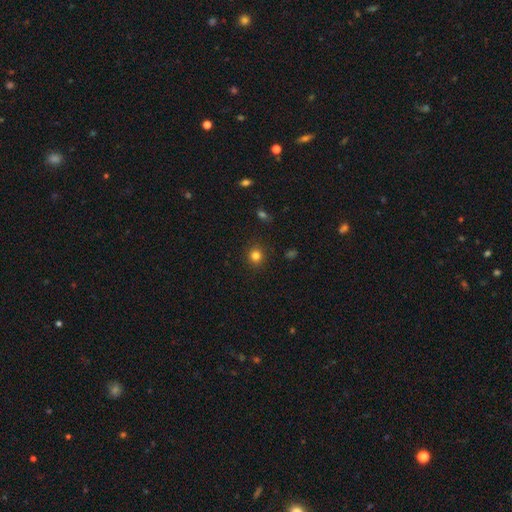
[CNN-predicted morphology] smooth_or_featured: smooth (p=0.81) [alt: star or artifact p=0.13]
how_rounded: round (p=0.90) [alt: in between p=0.09]
merging: none (p=0.90) [alt: minor disturbance p=0.07]